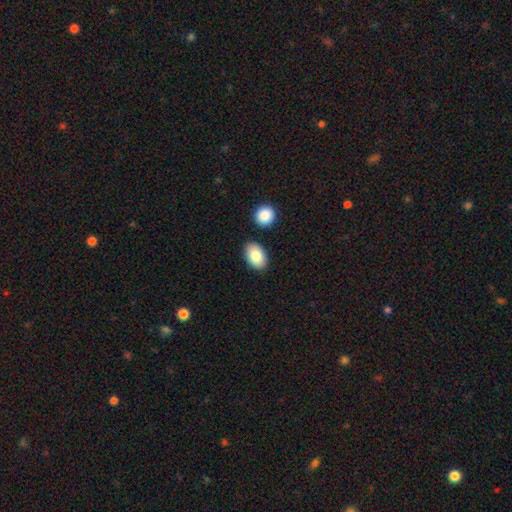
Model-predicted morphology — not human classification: smooth_or_featured: smooth (p=0.84) [alt: featured or disk p=0.10]
how_rounded: in between (p=0.89) [alt: round p=0.10]
merging: none (p=0.82) [alt: minor disturbance p=0.09]